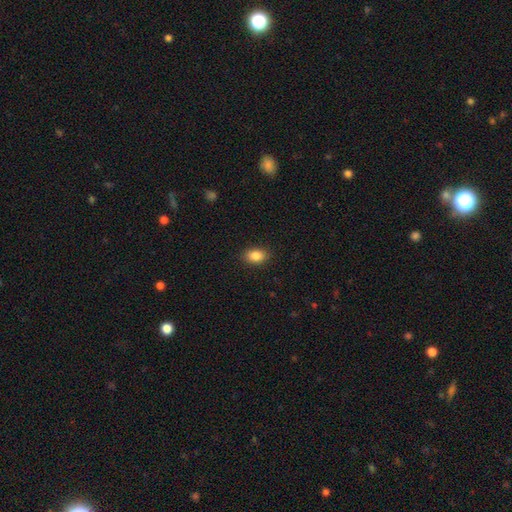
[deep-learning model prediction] This is clearly a smooth galaxy (86%). How rounded: clearly in between (82%). Merging: clearly none (88%).